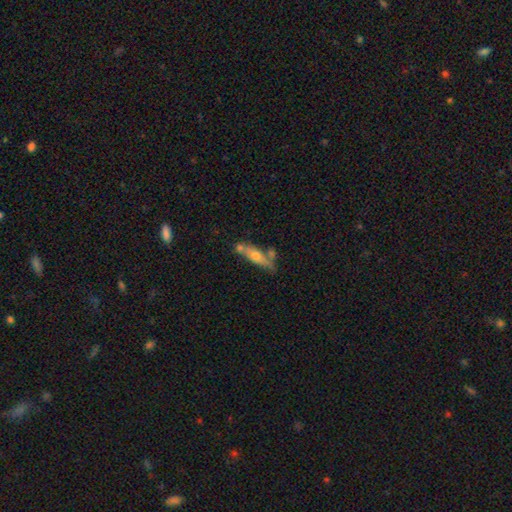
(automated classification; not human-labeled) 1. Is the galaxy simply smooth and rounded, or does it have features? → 51% smooth, 42% featured or disk, 7% star or artifact.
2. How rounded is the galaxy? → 64% cigar-shaped, 33% in between, 3% round.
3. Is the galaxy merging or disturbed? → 53% none, 22% merger, 19% minor disturbance, 6% major disturbance.